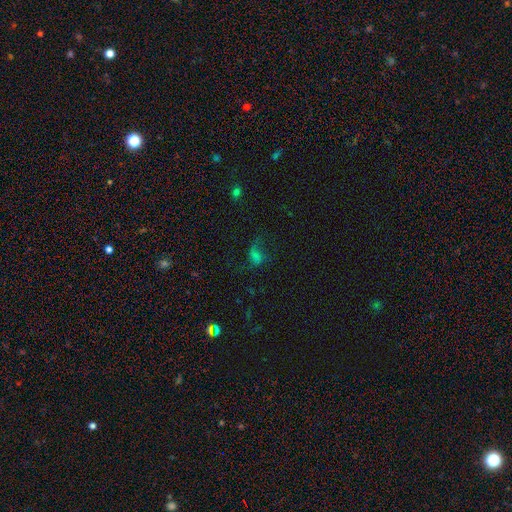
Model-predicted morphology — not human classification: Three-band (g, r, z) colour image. It shows a smooth galaxy with no disk features (40%). Merging: none (41%).